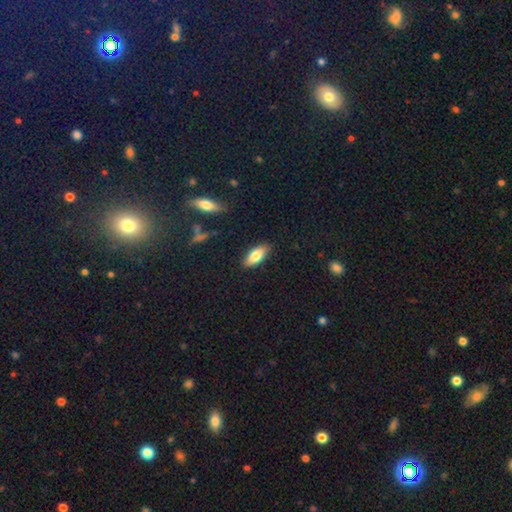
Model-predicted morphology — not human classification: Q: Smooth or featured?
A: smooth (78%); runner-up: featured or disk (15%)
Q: How rounded?
A: in between (82%); runner-up: cigar-shaped (16%)
Q: Merging?
A: none (86%); runner-up: minor disturbance (10%)